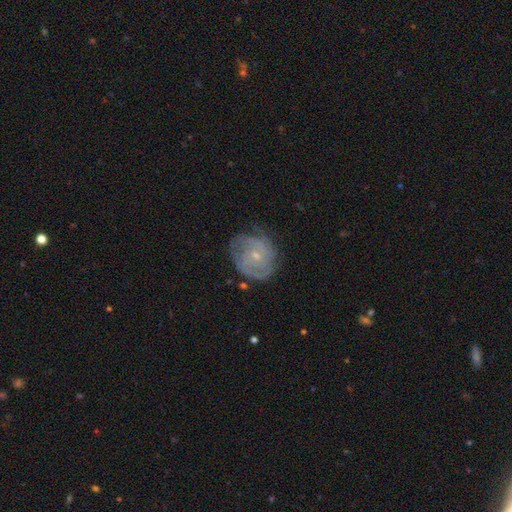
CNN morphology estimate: A featured or disk galaxy (78%) with no bar (71%), tight (60%) spiral arms (91%) and a small central bulge (77%).

Vote fractions:
- Smooth or featured? featured or disk: 78% / smooth: 15% / star or artifact: 7%
- Edge-on disk? no: 98% / yes: 2%
- Bar? no: 71% / weak: 25% / strong: 4%
- Spiral arms? yes: 91% / no: 9%
- Spiral winding? tight: 60% / medium: 31% / loose: 9%
- Spiral arm count? can't tell: 34% / 2: 28% / 3: 20% / 4: 8% / 1: 5% / more than 4: 5%
- Bulge size? small: 77% / moderate: 19% / none: 2% / large: 1% / dominant: 1%
- Merging? none: 69% / minor disturbance: 21% / major disturbance: 8% / merger: 2%